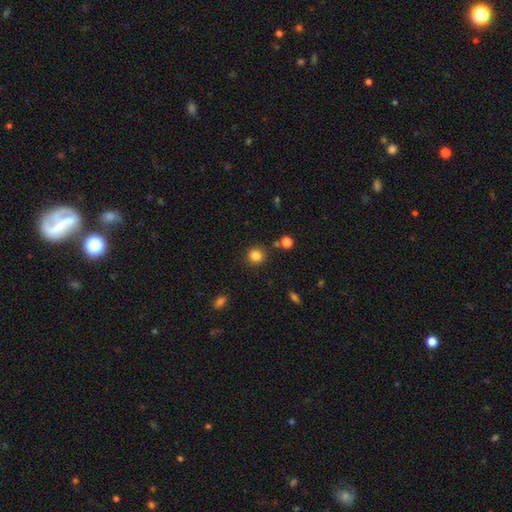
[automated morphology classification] Smooth or featured? smooth (84%)
How rounded? round (90%)
Merging? none (86%)